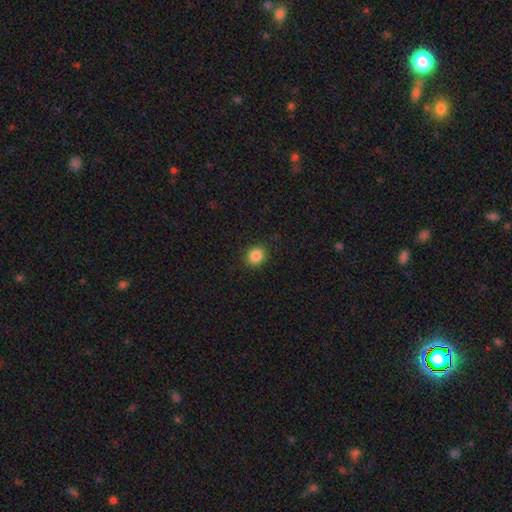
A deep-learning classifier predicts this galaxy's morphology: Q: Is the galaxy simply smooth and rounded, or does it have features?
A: smooth — 86%.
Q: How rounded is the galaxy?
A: round — 78%.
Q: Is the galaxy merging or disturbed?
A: none — 89%.